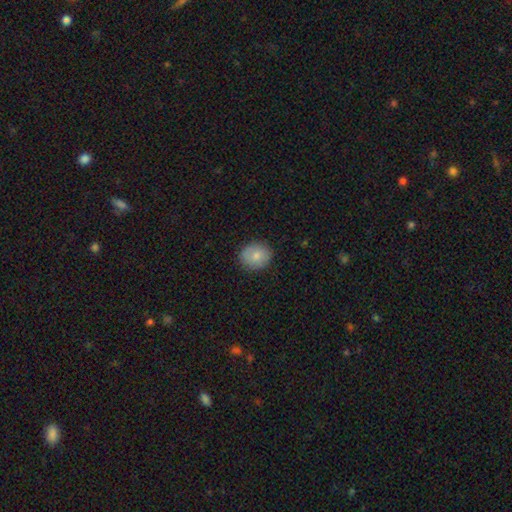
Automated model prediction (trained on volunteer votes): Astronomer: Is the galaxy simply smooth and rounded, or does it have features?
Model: smooth — 81%.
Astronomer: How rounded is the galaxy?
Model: round — 72%.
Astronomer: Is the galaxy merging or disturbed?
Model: none — 86%.